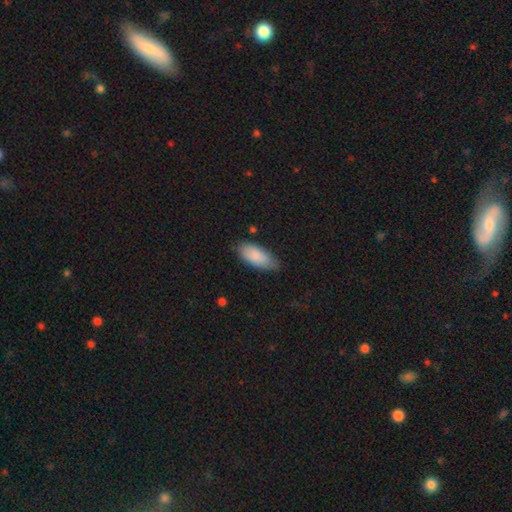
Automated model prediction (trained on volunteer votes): The model was most divided on "merging": none: 77%, minor disturbance: 19%, major disturbance: 3%, merger: 1%. More confident: how rounded — in between (88%); smooth or featured — smooth (87%).